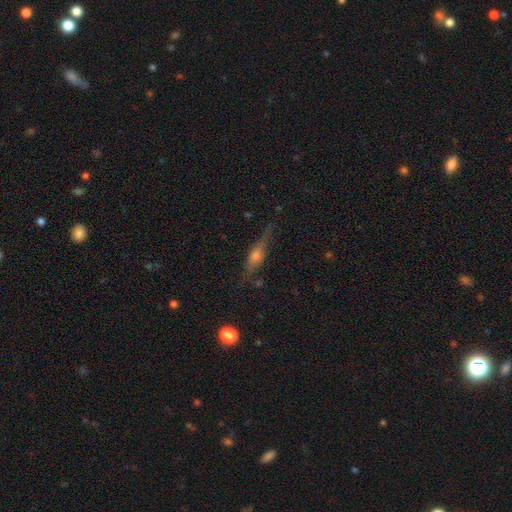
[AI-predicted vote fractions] This appears to be a featured or disk galaxy (63%) viewed edge-on (93%) with a rounded central bulge (83%). Merging: none (75%).